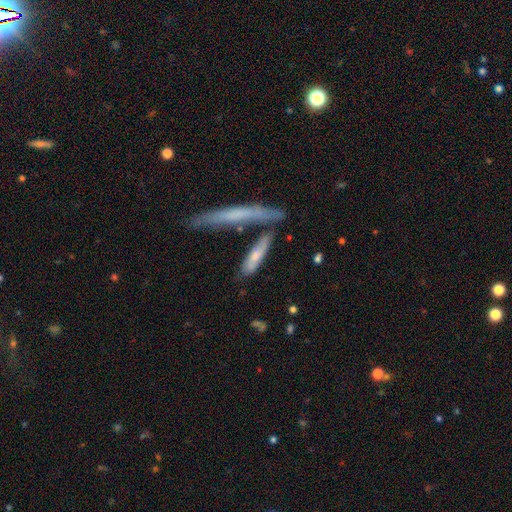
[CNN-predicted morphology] type=smooth (57%); roundness=cigar-shaped (77%); merging=none (51%).